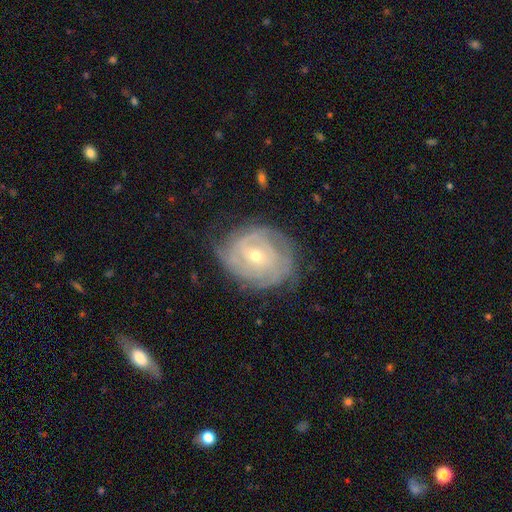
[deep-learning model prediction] Smooth or featured? featured or disk (80%)
Edge-on disk? no (97%)
Bar? no (57%)
Spiral arms? yes (90%)
Spiral winding? tight (71%)
Spiral arm count? can't tell (46%)
Bulge size? small (64%)
Merging? none (67%)